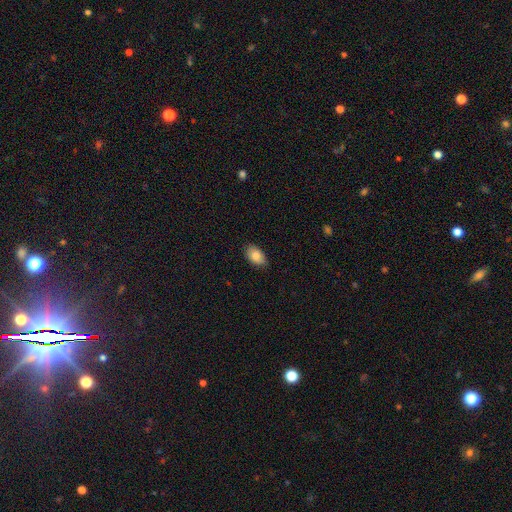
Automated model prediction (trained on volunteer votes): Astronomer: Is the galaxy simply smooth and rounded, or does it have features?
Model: smooth — 84%.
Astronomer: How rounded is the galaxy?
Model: in between — 91%.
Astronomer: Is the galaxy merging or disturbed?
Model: none — 83%.